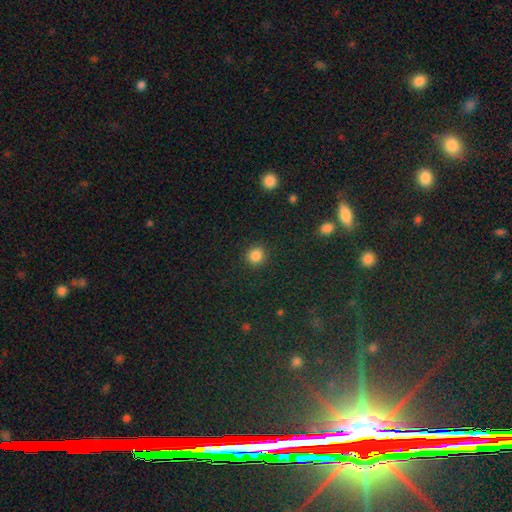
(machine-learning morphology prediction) smooth 85%, star or artifact 11%, featured or disk 4%. Down the decision tree: how rounded — round (91%); merging — none (90%).